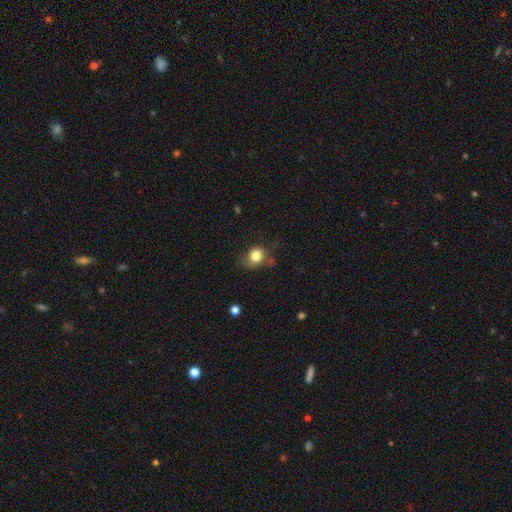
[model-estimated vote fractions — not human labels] Smooth or featured: smooth — 81% (star or artifact — 10%)
How rounded: round — 70% (in between — 29%)
Merging: none — 59% (minor disturbance — 27%)